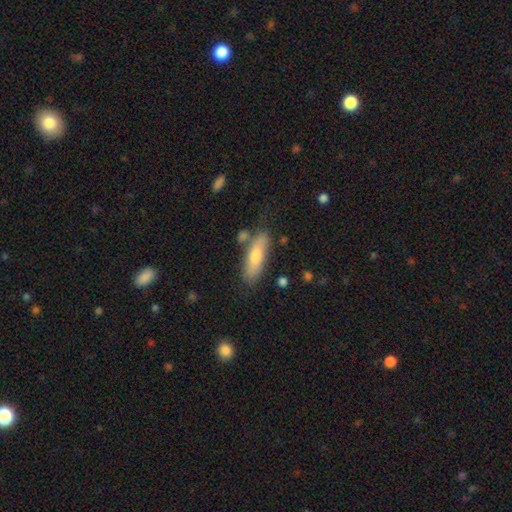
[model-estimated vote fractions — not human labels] Morphology: type=smooth (69%); roundness=in between (51%); merging=none (71%).